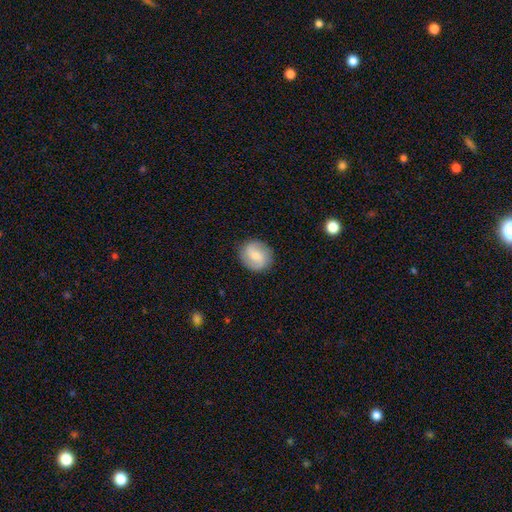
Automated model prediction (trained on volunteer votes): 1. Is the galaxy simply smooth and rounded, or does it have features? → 47% featured or disk, 46% smooth, 7% star or artifact.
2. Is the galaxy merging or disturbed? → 87% none, 9% minor disturbance, 3% major disturbance, 1% merger.